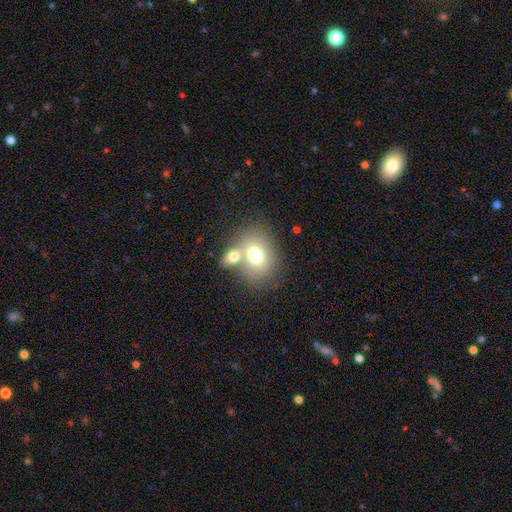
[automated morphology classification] Overall: smooth (68%). How rounded: round (54%; in between 45%). Merging: none (50%; merger 36%).